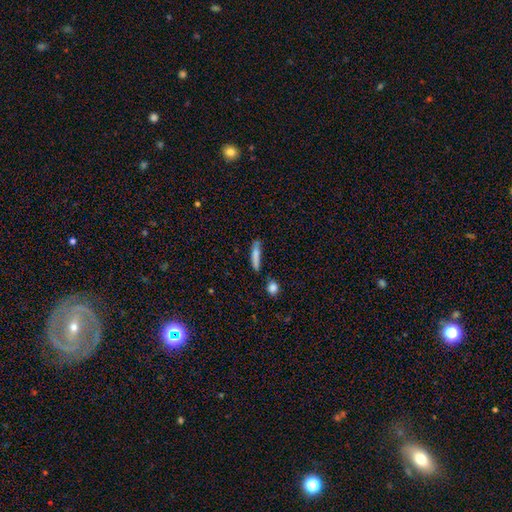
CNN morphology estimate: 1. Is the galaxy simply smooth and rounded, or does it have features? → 76% smooth, 16% featured or disk, 8% star or artifact.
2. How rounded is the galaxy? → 85% cigar-shaped, 13% in between, 2% round.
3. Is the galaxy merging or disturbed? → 64% none, 22% minor disturbance, 8% merger, 6% major disturbance.